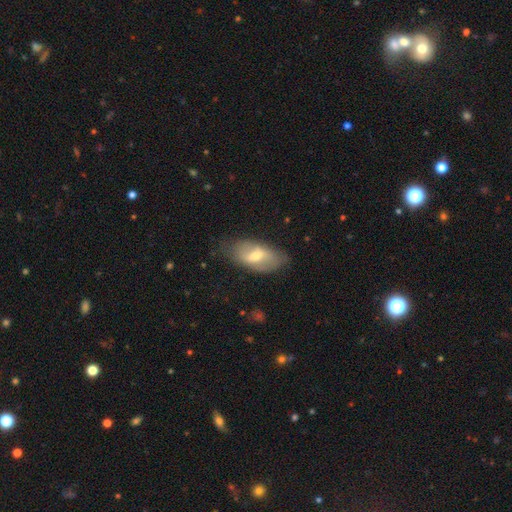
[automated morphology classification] Overall: smooth (47%; featured or disk 46%). Merging: none (70%).